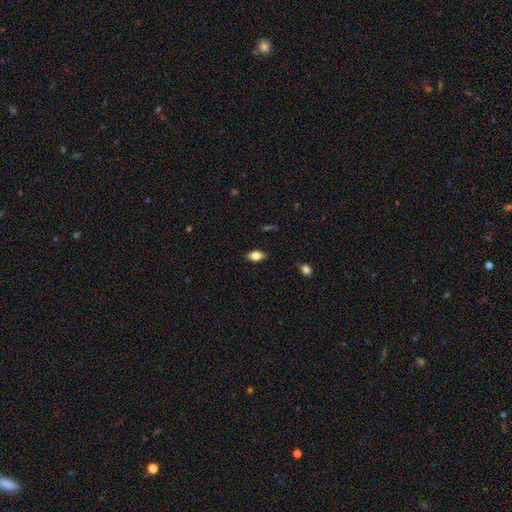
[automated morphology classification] A smooth galaxy with no disk features (74%) that is in between round and cigar-shaped (86%). Merging: none (85%).